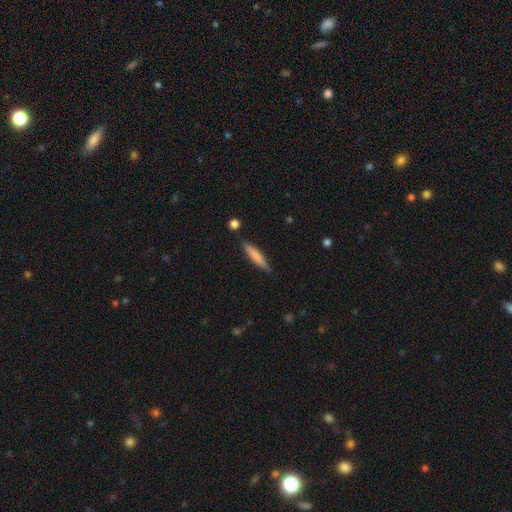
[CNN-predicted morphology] Q: Smooth or featured?
A: smooth (71%); runner-up: featured or disk (23%)
Q: How rounded?
A: cigar-shaped (87%); runner-up: in between (12%)
Q: Merging?
A: none (84%); runner-up: minor disturbance (11%)